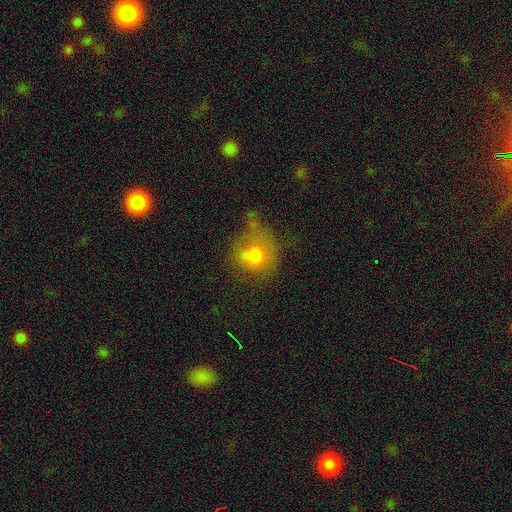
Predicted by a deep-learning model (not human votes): Smooth or featured? smooth (69%)
How rounded? round (79%)
Merging? none (33%)